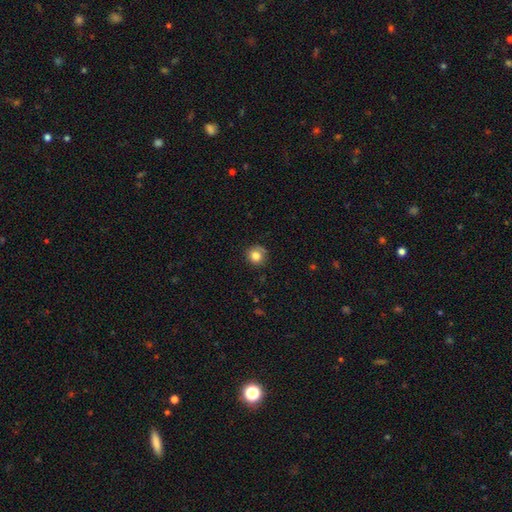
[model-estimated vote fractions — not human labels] Smooth or featured? smooth (81%)
How rounded? round (89%)
Merging? none (77%)